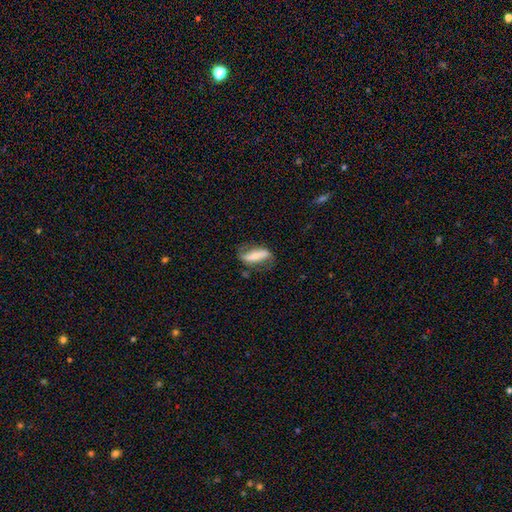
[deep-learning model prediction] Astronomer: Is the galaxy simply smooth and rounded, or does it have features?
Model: featured or disk — 52% (runner-up: smooth, 41%).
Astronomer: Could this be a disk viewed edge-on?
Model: no — 75%.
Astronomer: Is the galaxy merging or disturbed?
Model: none — 62%.